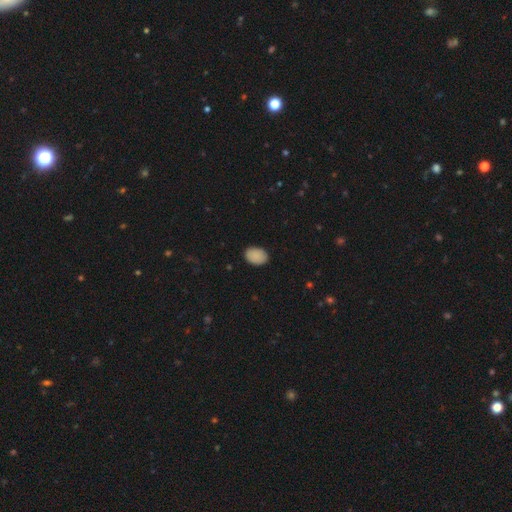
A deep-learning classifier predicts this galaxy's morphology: Smooth or featured: smooth — 89% (star or artifact — 8%)
How rounded: in between — 81% (round — 18%)
Merging: none — 88% (minor disturbance — 9%)